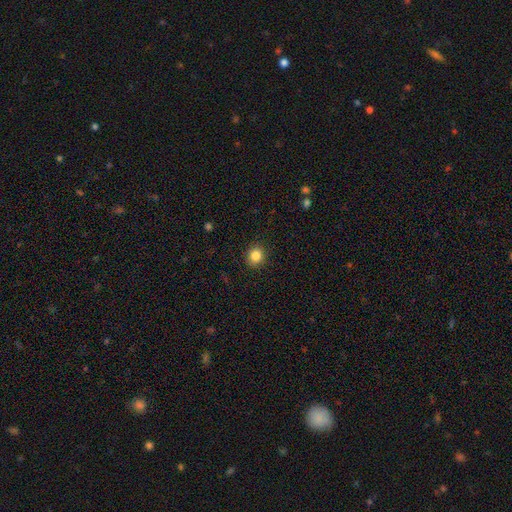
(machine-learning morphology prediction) smooth_or_featured: smooth (p=0.85) [alt: star or artifact p=0.11]
how_rounded: round (p=0.85) [alt: in between p=0.14]
merging: none (p=0.91) [alt: minor disturbance p=0.06]